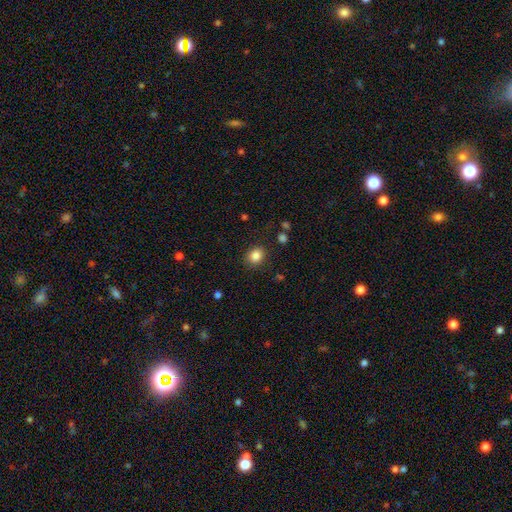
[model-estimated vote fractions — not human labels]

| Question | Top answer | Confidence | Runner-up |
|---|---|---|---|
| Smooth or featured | smooth | 85% | star or artifact (11%) |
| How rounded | round | 75% | in between (24%) |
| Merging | none | 87% | minor disturbance (9%) |